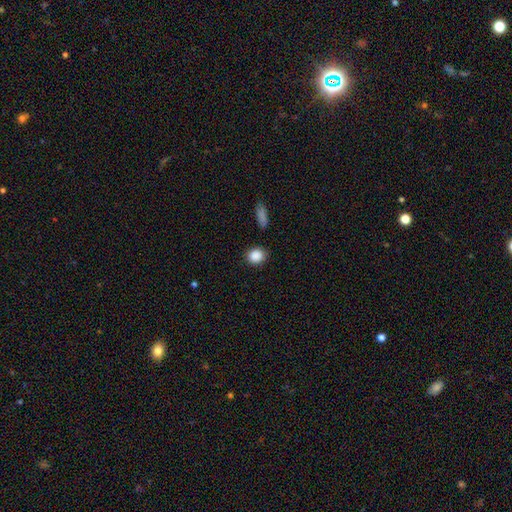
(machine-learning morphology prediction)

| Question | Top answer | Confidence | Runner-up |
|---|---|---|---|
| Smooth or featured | smooth | 88% | star or artifact (9%) |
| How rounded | round | 77% | in between (21%) |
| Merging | none | 85% | minor disturbance (9%) |